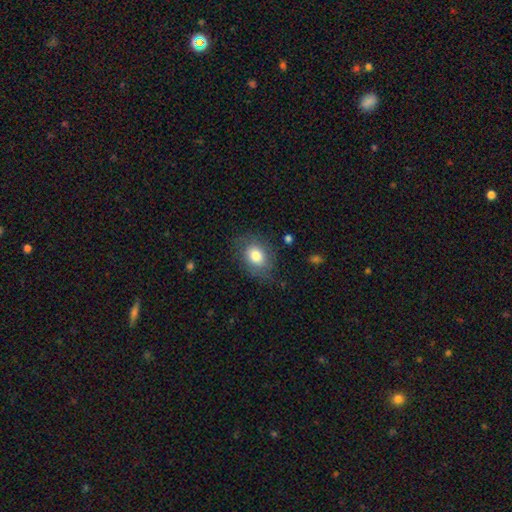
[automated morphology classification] smooth 76%, featured or disk 16%, star or artifact 8%. Down the decision tree: how rounded — in between (61%); merging — none (72%).